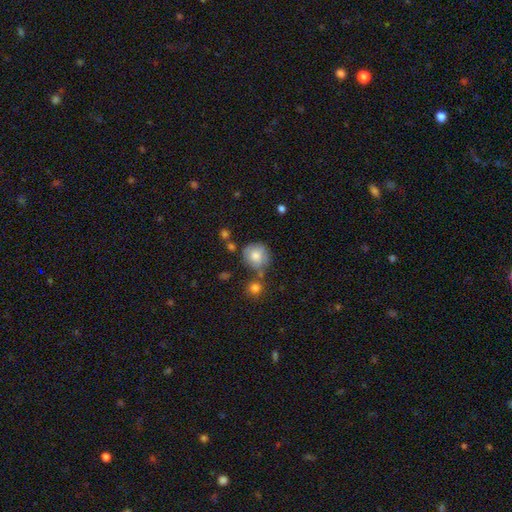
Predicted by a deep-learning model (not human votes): This appears to be a smooth galaxy with no disk features (74%) that is round (87%). Merging: none (61%).